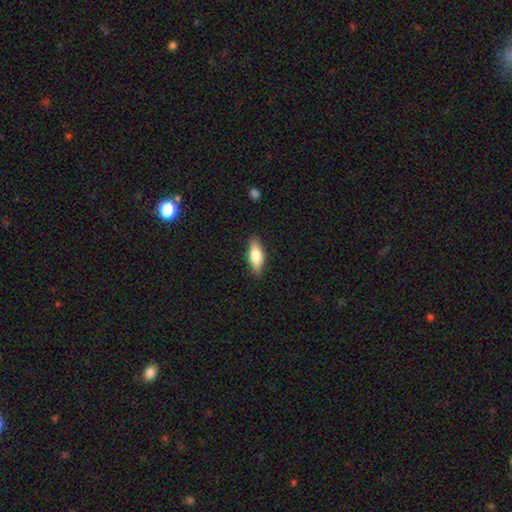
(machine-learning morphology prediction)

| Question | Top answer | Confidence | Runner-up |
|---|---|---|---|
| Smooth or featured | smooth | 74% | featured or disk (20%) |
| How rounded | in between | 72% | cigar-shaped (25%) |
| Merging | none | 88% | minor disturbance (9%) |